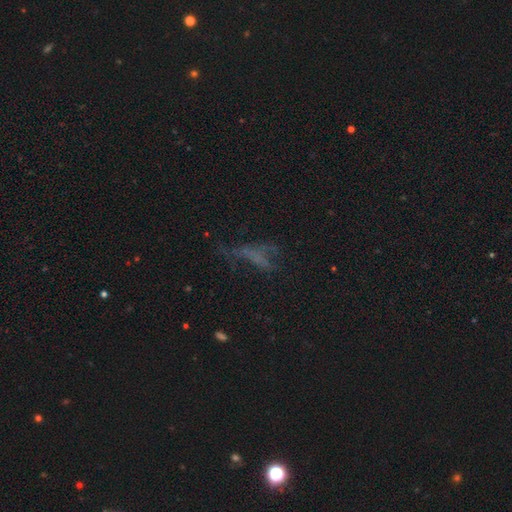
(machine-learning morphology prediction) A featured or disk galaxy (36%). Merging: major disturbance (38%).